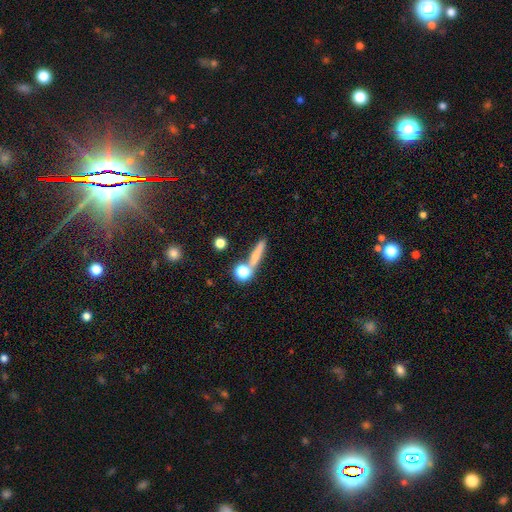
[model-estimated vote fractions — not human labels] Smooth or featured: smooth — 65% (featured or disk — 21%)
How rounded: cigar-shaped — 69% (round — 18%)
Merging: none — 69% (merger — 15%)